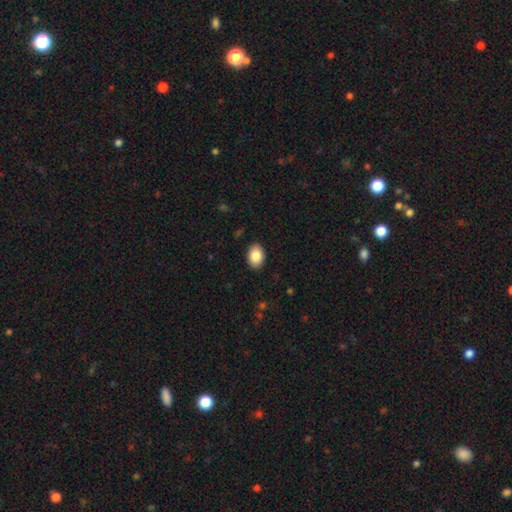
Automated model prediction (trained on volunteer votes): Smooth or featured? Predicted: smooth (p=0.86). How rounded? Predicted: in between (p=0.84). Merging? Predicted: none (p=0.89).